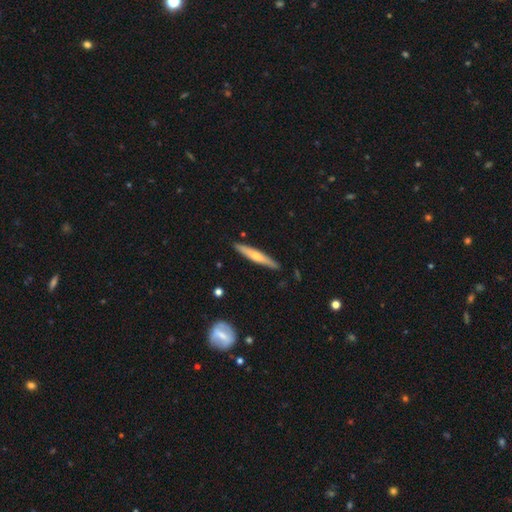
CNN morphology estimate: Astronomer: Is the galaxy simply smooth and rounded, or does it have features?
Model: featured or disk — 50% (runner-up: smooth, 45%).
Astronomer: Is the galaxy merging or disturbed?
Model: none — 89%.